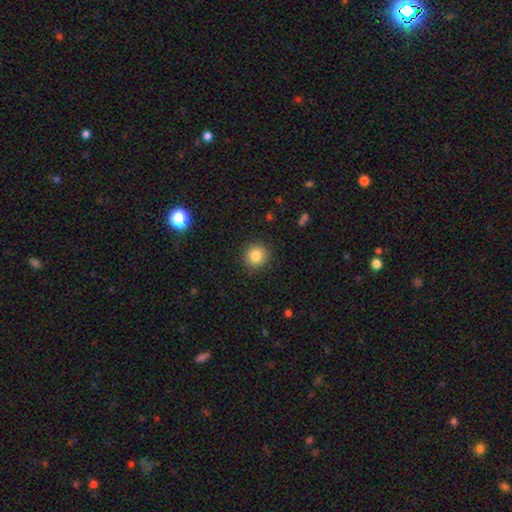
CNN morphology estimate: type=smooth (83%); roundness=round (92%); merging=none (90%).